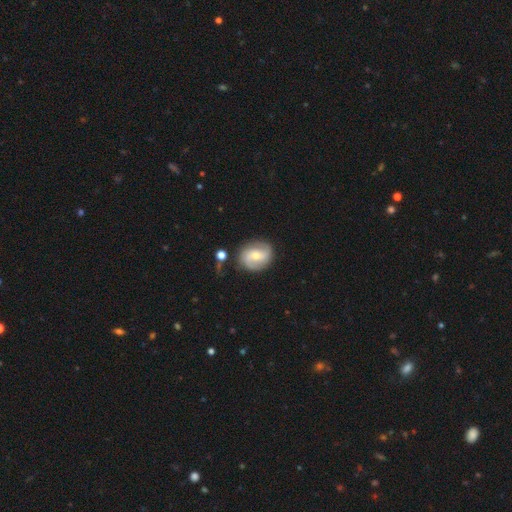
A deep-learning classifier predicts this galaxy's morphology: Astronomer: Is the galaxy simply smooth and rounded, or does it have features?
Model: featured or disk — 69%.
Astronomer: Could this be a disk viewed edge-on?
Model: no — 97%.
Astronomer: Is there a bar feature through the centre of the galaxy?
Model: no — 45% (runner-up: weak, 41%).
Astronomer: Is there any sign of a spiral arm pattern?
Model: yes — 90%.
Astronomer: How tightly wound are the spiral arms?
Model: medium — 44% (runner-up: loose, 29%).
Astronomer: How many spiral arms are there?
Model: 2 — 84%.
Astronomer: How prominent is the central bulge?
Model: moderate — 55% (runner-up: small, 41%).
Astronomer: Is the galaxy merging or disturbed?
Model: none — 76%.